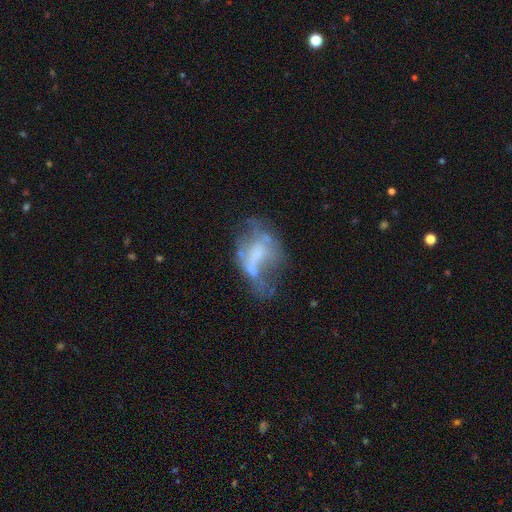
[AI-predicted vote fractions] Morphology: type=featured or disk (60%); edge-on=no (96%); bar=no (67%); spiral arms=no (73%); bulge=none (52%); merging=major disturbance (39%).